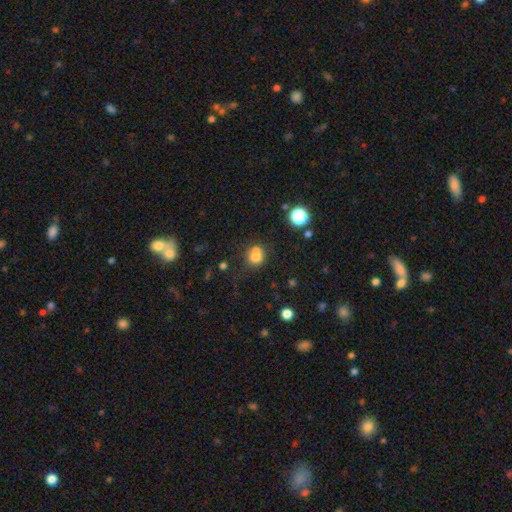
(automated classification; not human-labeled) Smooth or featured?
  - smooth: 75% *
  - star or artifact: 14%
  - featured or disk: 11%
How rounded?
  - round: 78% *
  - in between: 21%
  - cigar-shaped: 1%
Merging?
  - none: 48% *
  - merger: 34%
  - minor disturbance: 13%
  - major disturbance: 5%